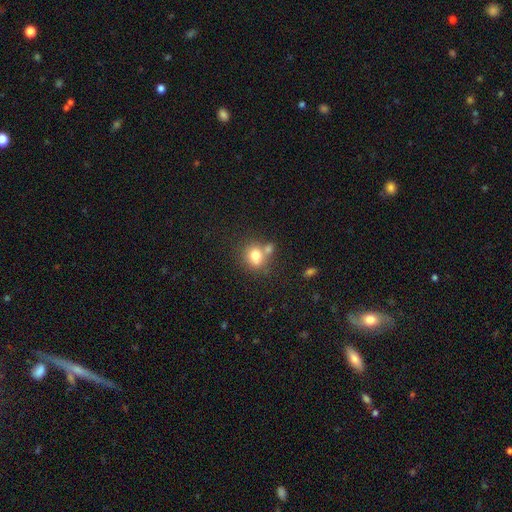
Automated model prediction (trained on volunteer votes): smooth 78%, featured or disk 11%, star or artifact 10%. Down the decision tree: how rounded — round (58%); merging — none (49%).